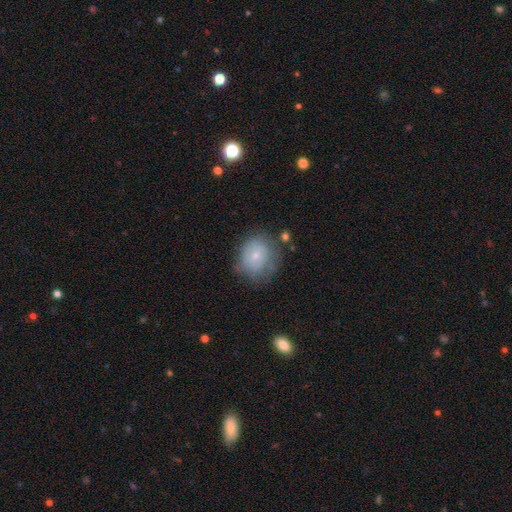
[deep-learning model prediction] Morphology: type=smooth (62%); roundness=round (71%); merging=none (59%).